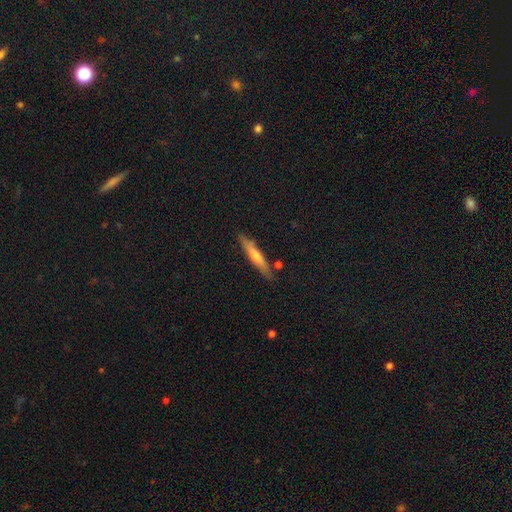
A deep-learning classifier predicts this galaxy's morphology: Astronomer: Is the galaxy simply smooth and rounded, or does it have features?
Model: featured or disk — 49% (runner-up: smooth, 43%).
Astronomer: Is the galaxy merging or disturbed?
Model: none — 85%.